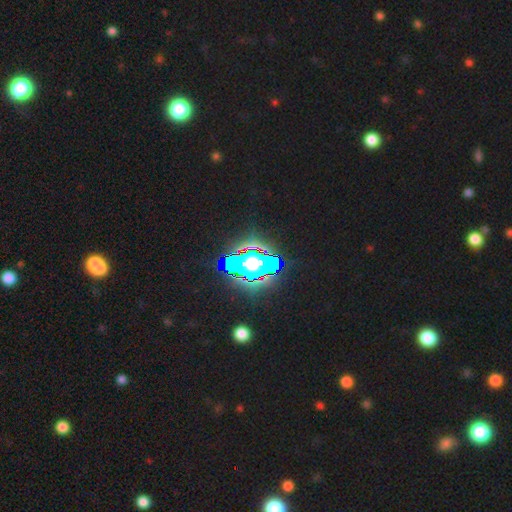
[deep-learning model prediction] Overall: star or artifact (58%; smooth 22%).